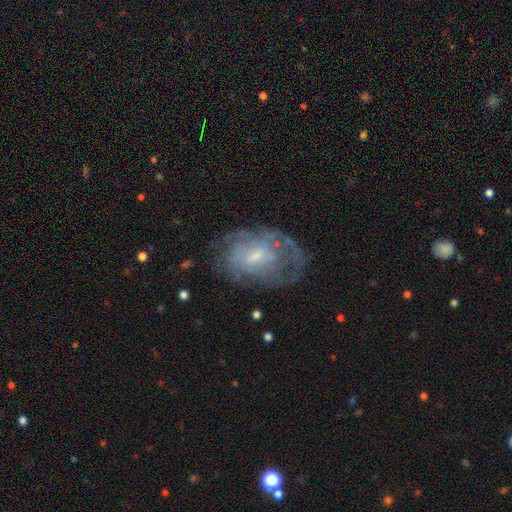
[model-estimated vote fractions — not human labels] featured or disk 68%, smooth 24%, star or artifact 8%. Down the decision tree: edge-on disk — no (96%); bar — weak (49%); spiral arms — yes (66%); bulge size — small (52%); merging — none (56%).